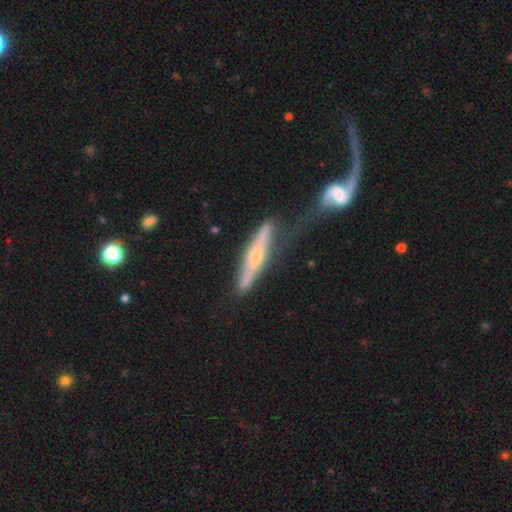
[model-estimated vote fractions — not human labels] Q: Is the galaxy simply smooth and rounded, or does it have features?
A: featured or disk — 71%.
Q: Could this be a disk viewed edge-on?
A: yes — 89%.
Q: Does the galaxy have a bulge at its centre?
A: rounded — 78%.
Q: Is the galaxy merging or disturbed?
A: none — 54%.